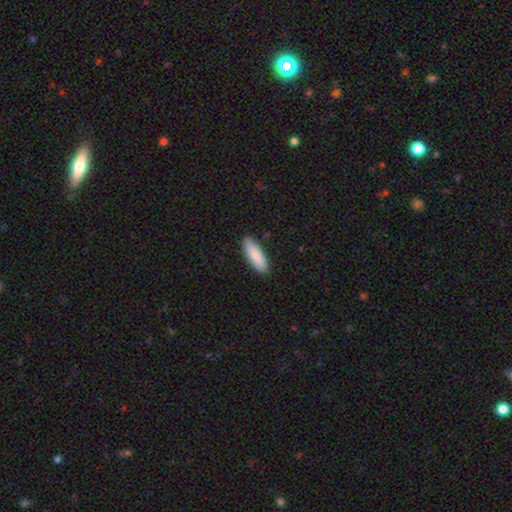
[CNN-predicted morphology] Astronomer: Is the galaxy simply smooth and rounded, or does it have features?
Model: smooth — 85%.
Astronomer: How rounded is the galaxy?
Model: in between — 60% (runner-up: cigar-shaped, 38%).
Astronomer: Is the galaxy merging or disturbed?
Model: none — 88%.